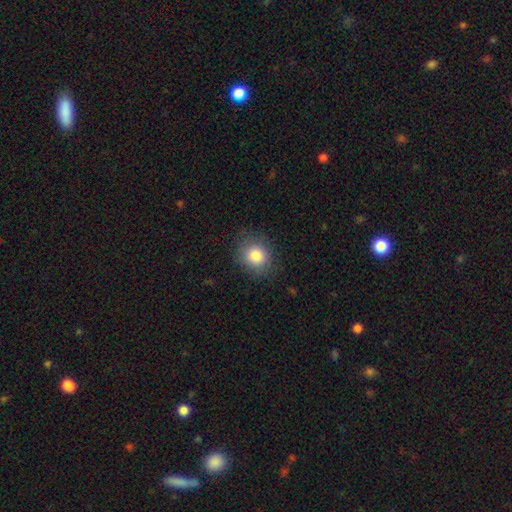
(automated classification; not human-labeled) A smooth galaxy with no disk features (84%) that is round (73%). Merging: none (80%).